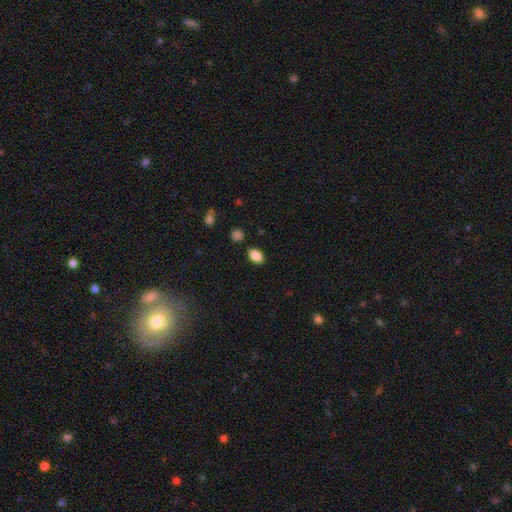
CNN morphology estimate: This is clearly a smooth galaxy (87%). How rounded: clearly in between (88%). Merging: clearly none (85%).